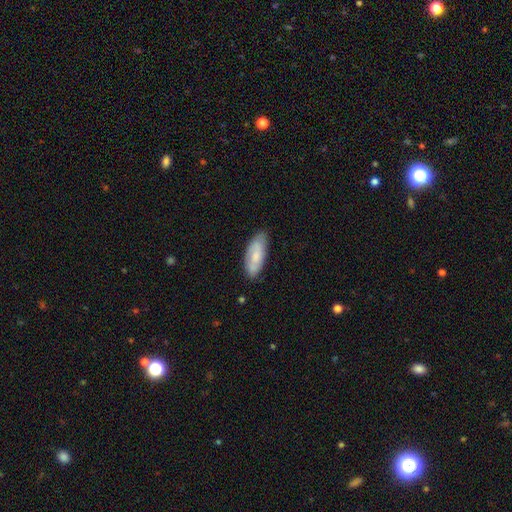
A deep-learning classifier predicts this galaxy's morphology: smooth_or_featured: smooth (p=0.65) [alt: featured or disk p=0.28]
how_rounded: in between (p=0.75) [alt: cigar-shaped p=0.23]
merging: none (p=0.78) [alt: minor disturbance p=0.18]